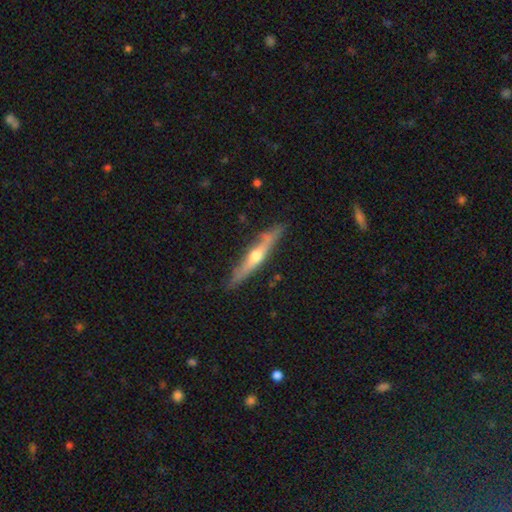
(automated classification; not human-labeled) Morphology: type=featured or disk (64%); edge-on=yes (94%); edge-on bulge=rounded (89%); merging=none (82%).